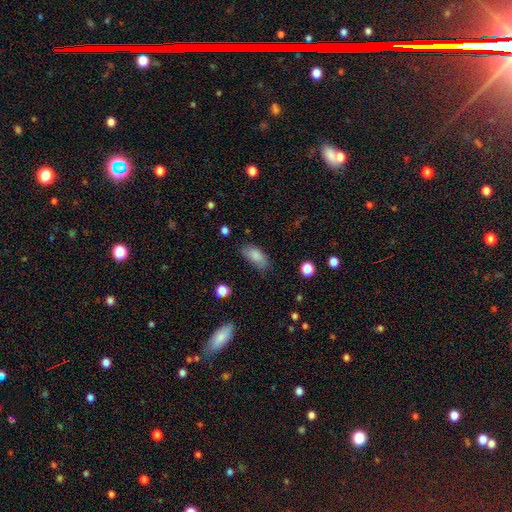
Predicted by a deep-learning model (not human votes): Morphology: type=smooth (84%); roundness=in between (89%); merging=none (64%).